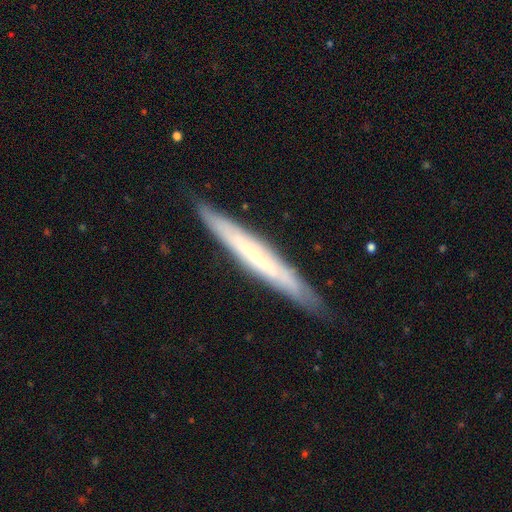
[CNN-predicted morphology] Smooth or featured? Predicted: featured or disk (p=0.60). Edge-on disk? Predicted: yes (p=0.84). Edge-on bulge? Predicted: none (p=0.66). Merging? Predicted: none (p=0.86).